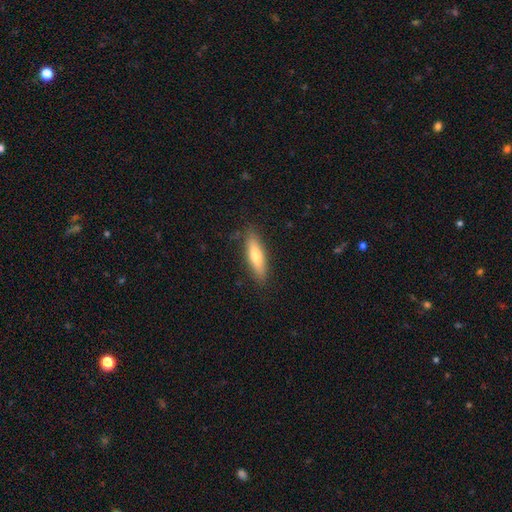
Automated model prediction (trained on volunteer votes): Morphology: type=smooth (66%); roundness=cigar-shaped (67%); merging=none (85%).